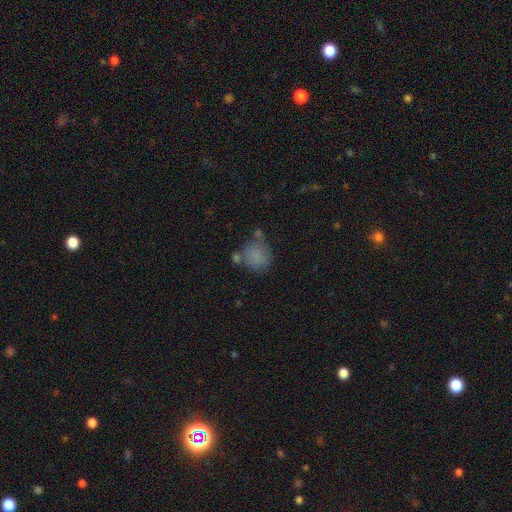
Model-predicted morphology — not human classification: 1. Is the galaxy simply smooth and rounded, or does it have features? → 79% smooth, 11% star or artifact, 9% featured or disk.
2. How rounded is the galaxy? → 73% round, 25% in between, 1% cigar-shaped.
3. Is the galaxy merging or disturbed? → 53% none, 20% minor disturbance, 17% merger, 10% major disturbance.